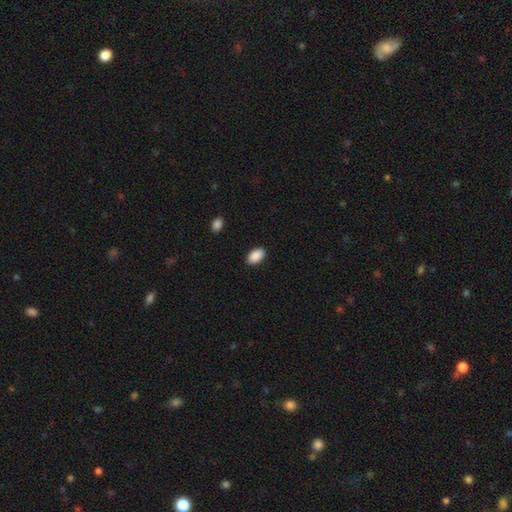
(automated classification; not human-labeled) Smooth or featured? smooth (90%)
How rounded? in between (94%)
Merging? none (89%)